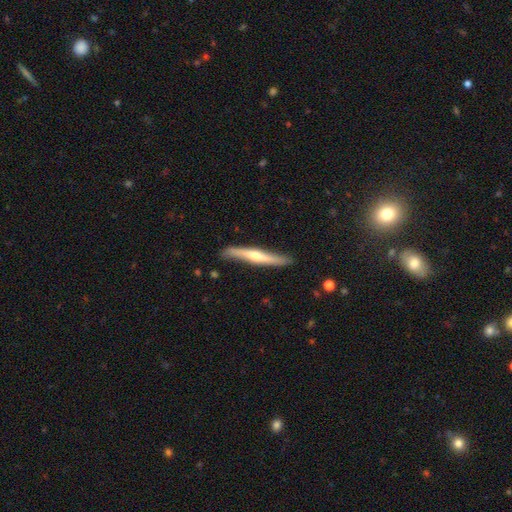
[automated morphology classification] featured or disk 57%, smooth 38%, star or artifact 5%. Down the decision tree: edge-on disk — yes (92%); edge-on bulge — rounded (71%); merging — none (83%).